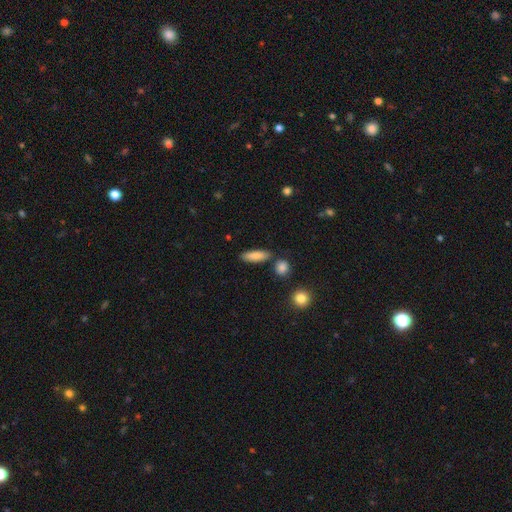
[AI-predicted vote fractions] A smooth galaxy with no disk features (84%) that is cigar-shaped (50%).

Vote fractions:
- Smooth or featured? smooth: 84% / featured or disk: 9% / star or artifact: 7%
- How rounded? cigar-shaped: 50% / in between: 47% / round: 3%
- Merging? none: 82% / minor disturbance: 10% / merger: 6% / major disturbance: 2%